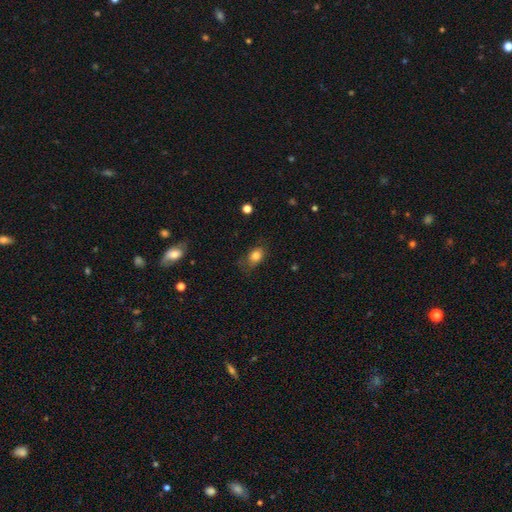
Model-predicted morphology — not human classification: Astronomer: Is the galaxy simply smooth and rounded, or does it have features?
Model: smooth — 82%.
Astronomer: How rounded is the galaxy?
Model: in between — 69%.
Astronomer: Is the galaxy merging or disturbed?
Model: none — 64%.